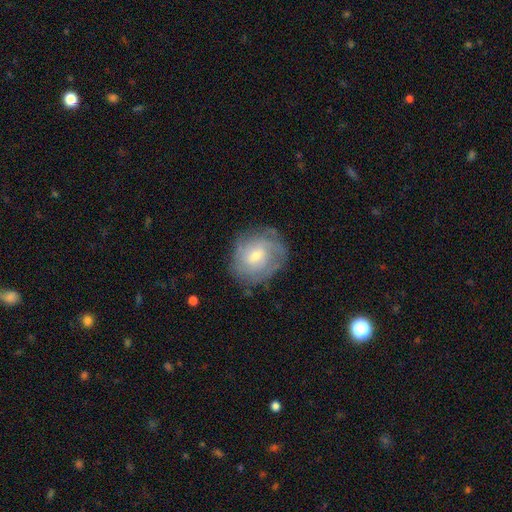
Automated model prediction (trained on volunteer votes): The model was most divided on "bulge size": small: 49%, moderate: 46%, large: 3%, none: 1%, dominant: 1%. More confident: edge-on disk — no (97%); spiral arms — yes (84%); merging — none (74%); smooth or featured — featured or disk (66%); spiral winding — tight (61%); bar — no (53%); spiral arm count — can't tell (52%).